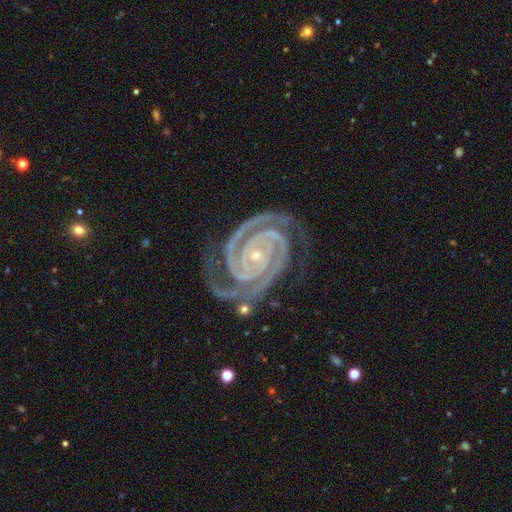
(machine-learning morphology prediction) This is clearly a featured or disk galaxy (94%). It is clearly not viewed edge-on (98%). Bar: likely no (66%). Spiral arm pattern: clearly yes (99%). Spiral arm count: clearly 2 (82%). Spiral winding: clearly tight (87%). Central bulge: clearly small (85%). Merging: likely none (78%).